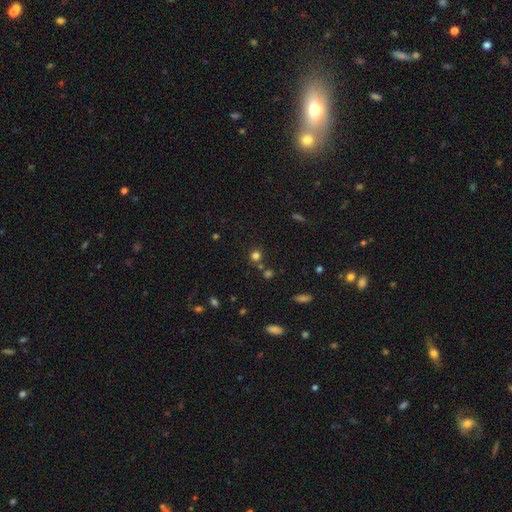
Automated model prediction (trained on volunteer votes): smooth-or-featured: smooth: 70% | star or artifact: 23% | featured or disk: 7%
  how-rounded: round: 90% | in between: 9% | cigar-shaped: 1%
  merging: none: 74% | merger: 14% | minor disturbance: 8% | major disturbance: 3%